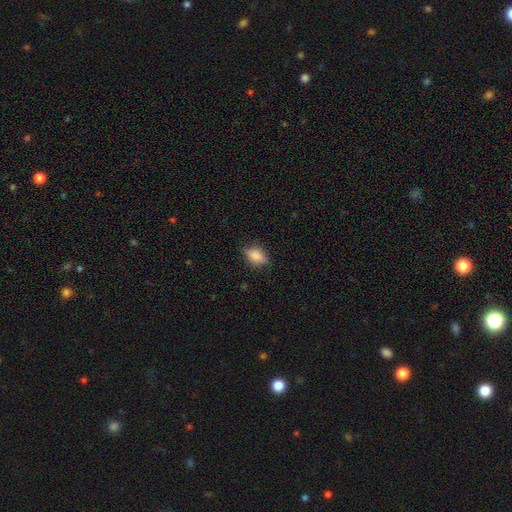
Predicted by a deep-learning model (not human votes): Smooth or featured?
  - smooth: 77% *
  - featured or disk: 14%
  - star or artifact: 9%
How rounded?
  - in between: 81% *
  - round: 13%
  - cigar-shaped: 6%
Merging?
  - none: 75% *
  - minor disturbance: 20%
  - major disturbance: 4%
  - merger: 1%